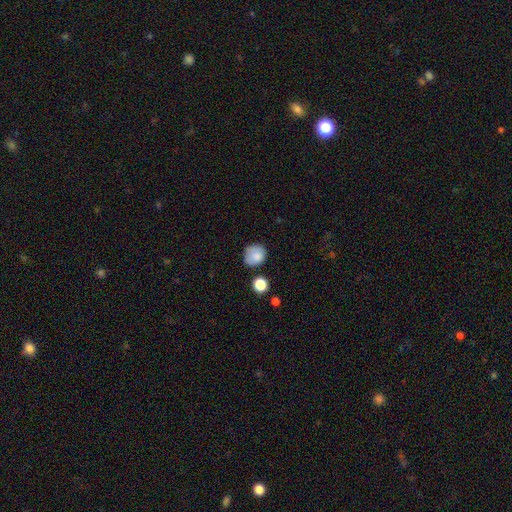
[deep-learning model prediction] This appears to be a smooth galaxy with no disk features (82%) that is round (78%). Merging: none (64%).